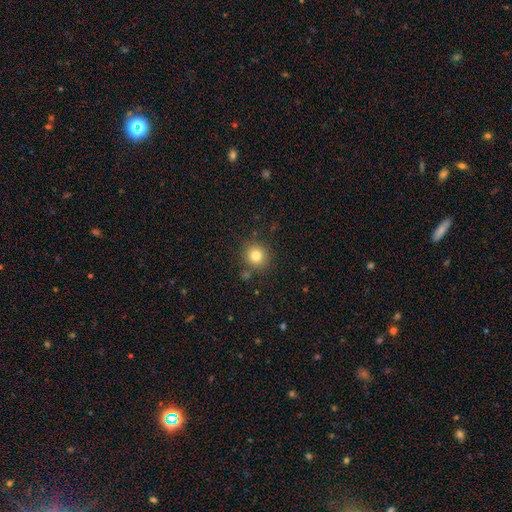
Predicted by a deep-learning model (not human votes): This is clearly a smooth galaxy (80%). How rounded: clearly round (89%). Merging: clearly none (84%).